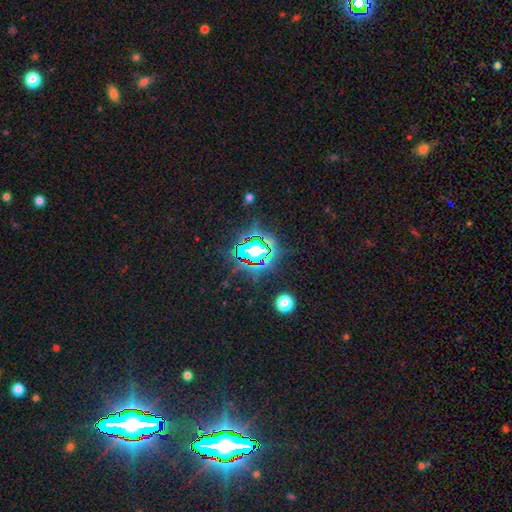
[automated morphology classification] smooth_or_featured: star or artifact (p=0.80) [alt: smooth p=0.12]